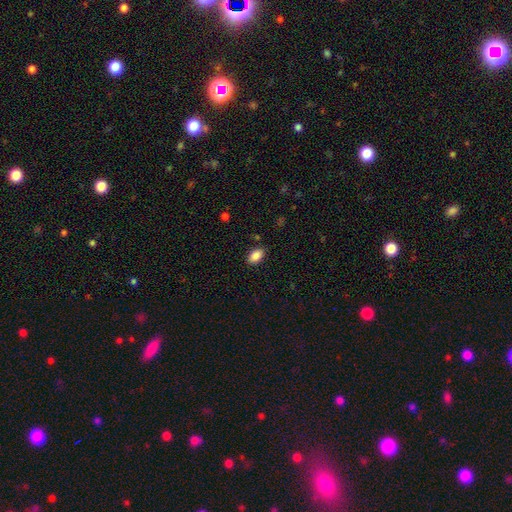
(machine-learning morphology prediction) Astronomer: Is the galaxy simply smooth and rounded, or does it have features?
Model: smooth — 88%.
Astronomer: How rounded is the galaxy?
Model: in between — 93%.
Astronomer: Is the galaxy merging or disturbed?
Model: none — 87%.